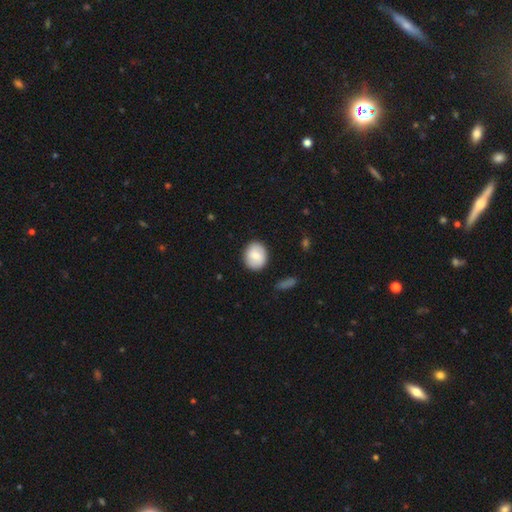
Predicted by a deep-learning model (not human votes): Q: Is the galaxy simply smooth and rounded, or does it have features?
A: smooth — 77%.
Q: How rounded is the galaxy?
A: round — 68%.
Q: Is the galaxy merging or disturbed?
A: none — 86%.